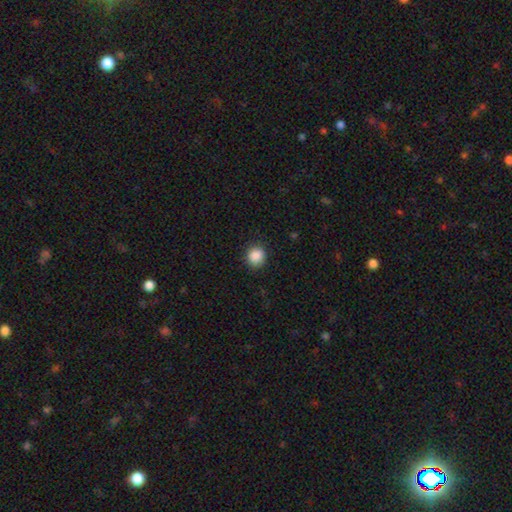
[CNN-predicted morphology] Smooth or featured: smooth — 88% (star or artifact — 9%)
How rounded: round — 87% (in between — 12%)
Merging: none — 88% (minor disturbance — 9%)